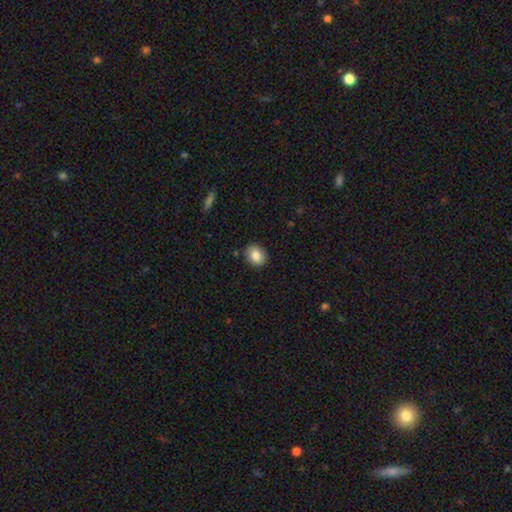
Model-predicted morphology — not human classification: The model was most divided on "how rounded": round: 64%, in between: 35%, cigar-shaped: 1%. More confident: merging — none (88%); smooth or featured — smooth (83%).